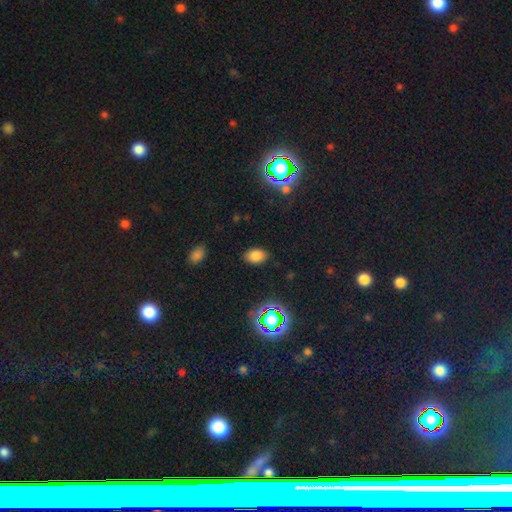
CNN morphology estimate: A smooth galaxy with no disk features (79%) that is in between round and cigar-shaped (84%).

Vote fractions:
- Smooth or featured? smooth: 79% / star or artifact: 15% / featured or disk: 6%
- How rounded? in between: 84% / round: 14% / cigar-shaped: 1%
- Merging? none: 84% / minor disturbance: 11% / major disturbance: 3% / merger: 1%